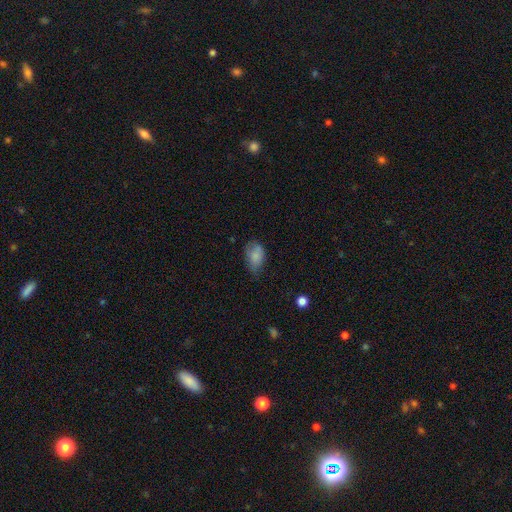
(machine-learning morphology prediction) Smooth or featured? Predicted: smooth (p=0.80). How rounded? Predicted: in between (p=0.87). Merging? Predicted: none (p=0.49).